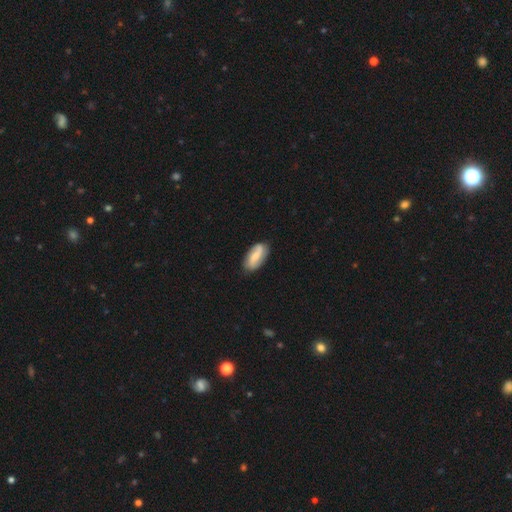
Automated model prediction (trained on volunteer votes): The model was most divided on "smooth or featured": featured or disk: 51%, smooth: 43%, star or artifact: 6%. More confident: edge-on disk — no (93%); merging — none (81%).